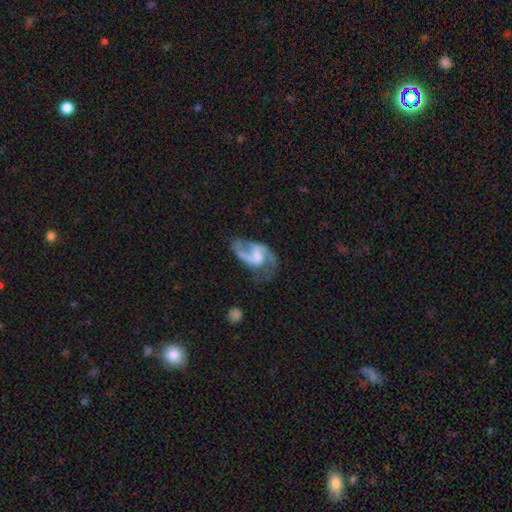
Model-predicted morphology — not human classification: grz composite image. It shows a featured or disk galaxy (83%) with a weak bar (48%), 2 (82%) medium (47%) spiral arms (93%) and no central bulge (33%). Merging: none (48%).